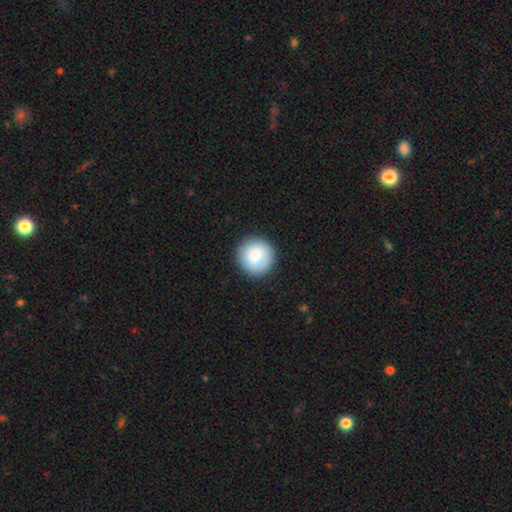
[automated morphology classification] Smooth or featured? Predicted: smooth (p=0.84). How rounded? Predicted: round (p=0.95). Merging? Predicted: none (p=0.90).